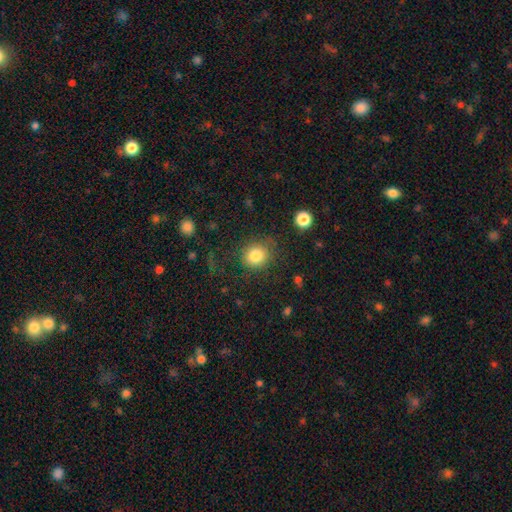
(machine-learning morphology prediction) smooth-or-featured: smooth: 83% | star or artifact: 10% | featured or disk: 7%
  how-rounded: round: 79% | in between: 20% | cigar-shaped: 1%
  merging: none: 78% | minor disturbance: 13% | major disturbance: 7% | merger: 2%